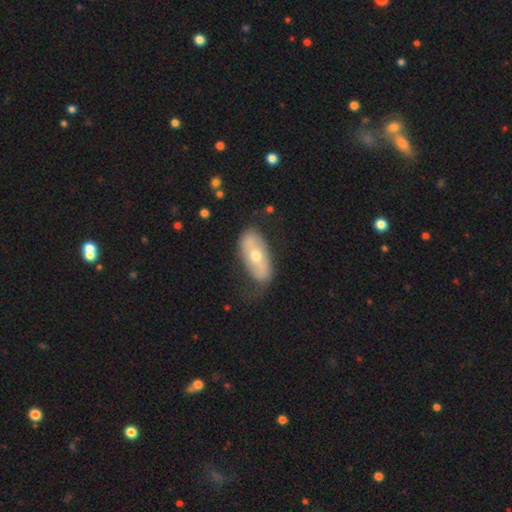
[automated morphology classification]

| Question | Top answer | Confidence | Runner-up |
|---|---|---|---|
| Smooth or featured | featured or disk | 51% | smooth (43%) |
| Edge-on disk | no | 84% | yes (16%) |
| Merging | none | 59% | minor disturbance (26%) |